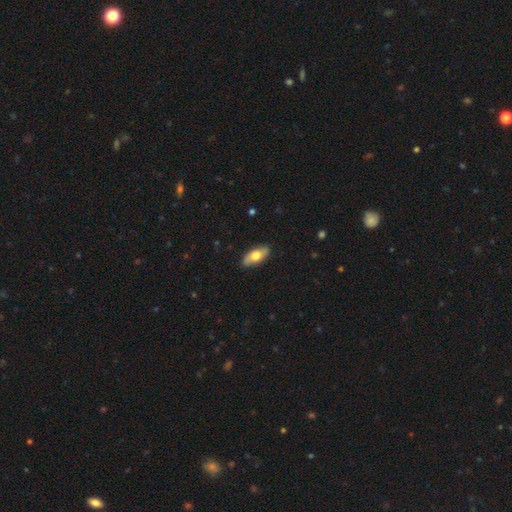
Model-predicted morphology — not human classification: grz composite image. It shows a smooth galaxy with no disk features (66%) that is in between round and cigar-shaped (85%). Merging: none (88%).